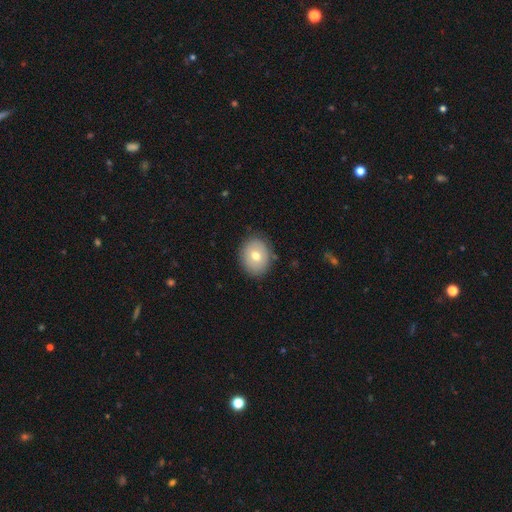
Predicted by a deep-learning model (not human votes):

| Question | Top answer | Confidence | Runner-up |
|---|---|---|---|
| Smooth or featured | smooth | 70% | featured or disk (21%) |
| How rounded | round | 61% | in between (38%) |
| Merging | none | 85% | minor disturbance (11%) |